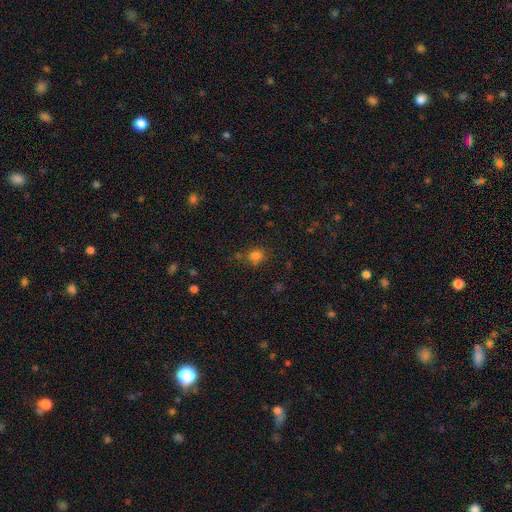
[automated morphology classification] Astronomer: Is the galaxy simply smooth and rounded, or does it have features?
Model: smooth — 79%.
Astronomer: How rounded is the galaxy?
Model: round — 76%.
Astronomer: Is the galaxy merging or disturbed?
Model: none — 75%.